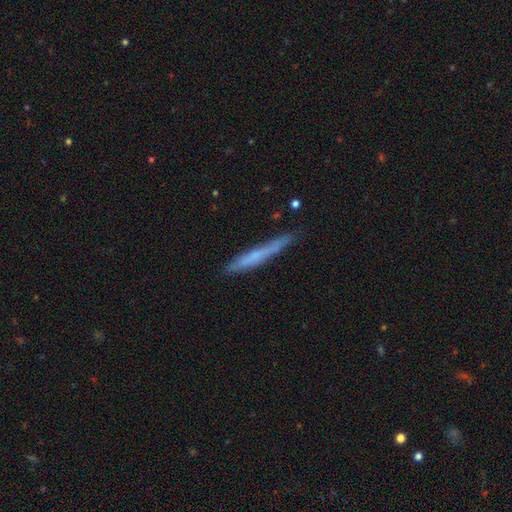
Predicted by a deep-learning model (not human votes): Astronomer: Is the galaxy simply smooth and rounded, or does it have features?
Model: smooth — 56% (runner-up: featured or disk, 37%).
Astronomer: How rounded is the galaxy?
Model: cigar-shaped — 96%.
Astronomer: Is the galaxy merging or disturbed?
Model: none — 77%.